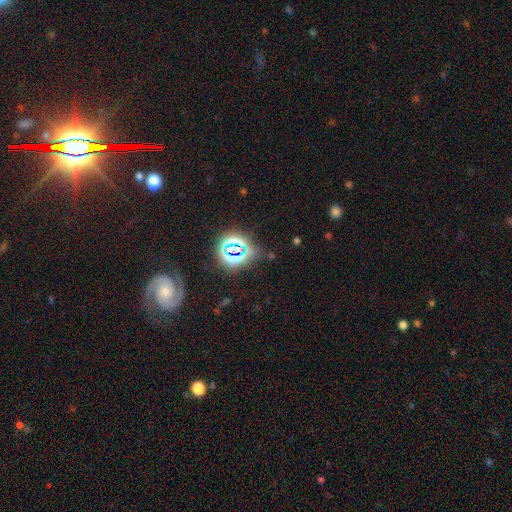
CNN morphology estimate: Overall: star or artifact (49%; featured or disk 33%).